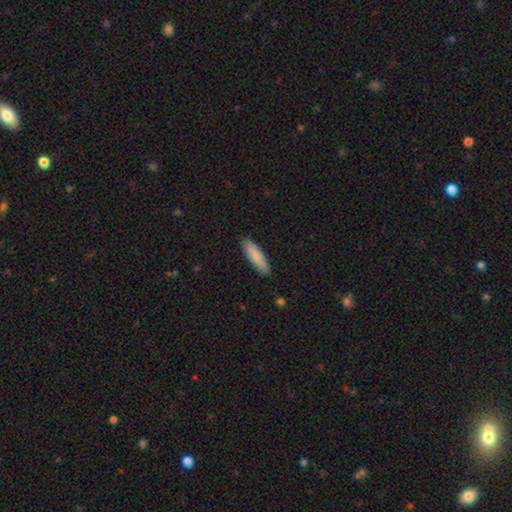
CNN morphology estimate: smooth_or_featured: smooth (p=0.85) [alt: featured or disk p=0.09]
how_rounded: cigar-shaped (p=0.68) [alt: in between p=0.30]
merging: none (p=0.90) [alt: minor disturbance p=0.08]